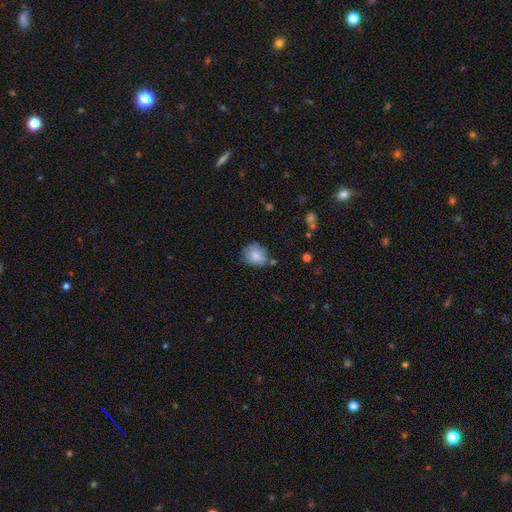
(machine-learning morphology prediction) Q: Smooth or featured?
A: smooth (82%); runner-up: featured or disk (10%)
Q: How rounded?
A: round (72%); runner-up: in between (27%)
Q: Merging?
A: none (69%); runner-up: minor disturbance (21%)